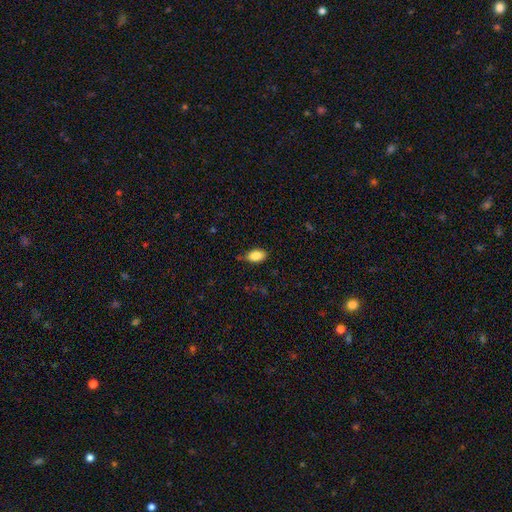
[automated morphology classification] This is clearly a smooth galaxy (86%). How rounded: clearly in between (90%). Merging: likely none (73%).